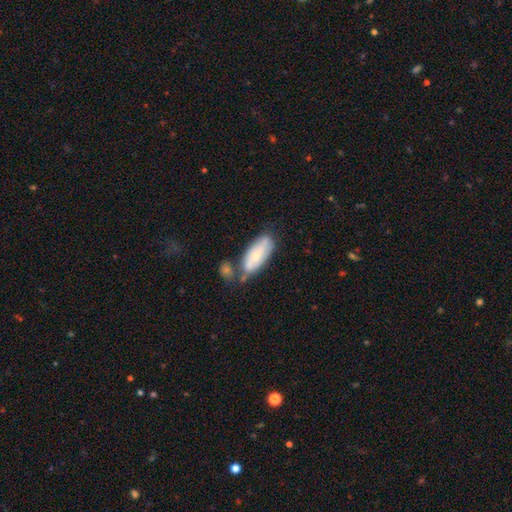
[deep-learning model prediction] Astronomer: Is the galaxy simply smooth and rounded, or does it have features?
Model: smooth — 62%.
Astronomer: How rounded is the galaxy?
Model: in between — 78%.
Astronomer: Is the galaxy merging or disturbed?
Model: none — 49%.